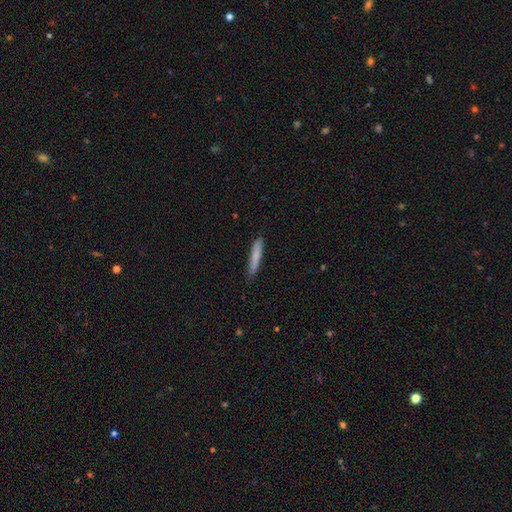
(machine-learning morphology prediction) smooth 79%, featured or disk 15%, star or artifact 6%. Down the decision tree: how rounded — cigar-shaped (93%); merging — none (84%).